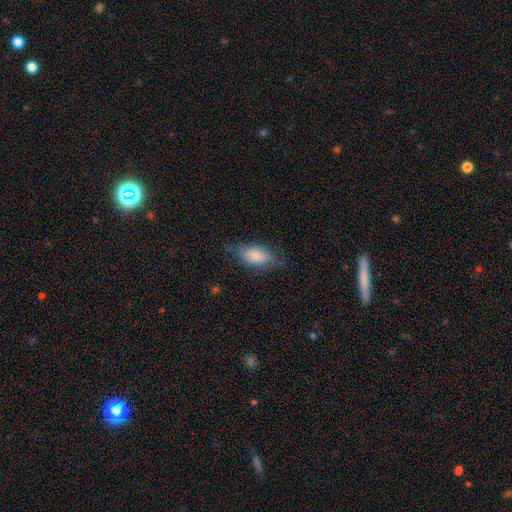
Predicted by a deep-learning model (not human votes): Smooth or featured: smooth — 79% (featured or disk — 15%)
How rounded: in between — 86% (cigar-shaped — 10%)
Merging: none — 64% (minor disturbance — 26%)